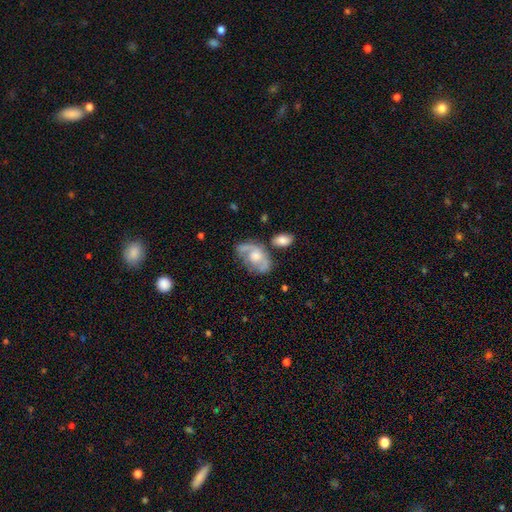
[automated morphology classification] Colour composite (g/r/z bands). It shows a featured or disk galaxy (68%) with no bar (73%), 2 (66%) medium (45%) spiral arms (80%) and a moderate central bulge (50%). Merging: none (49%).